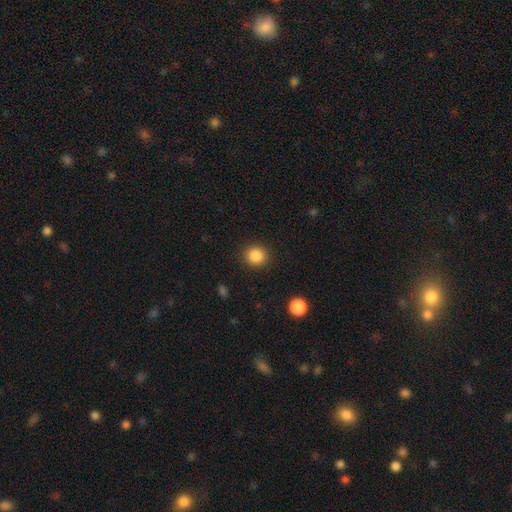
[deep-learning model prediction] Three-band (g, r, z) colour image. It shows a smooth galaxy with no disk features (86%) that is round (87%). Merging: none (90%).